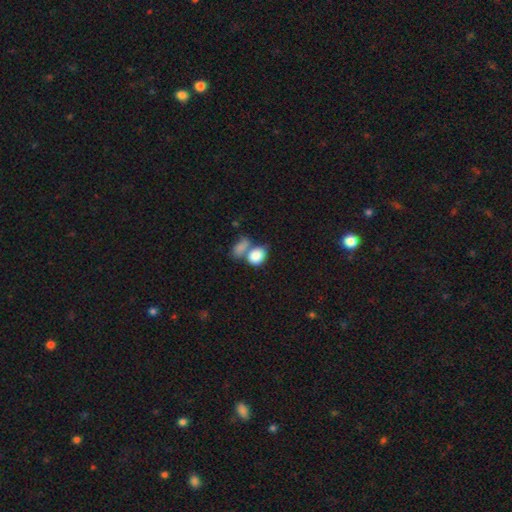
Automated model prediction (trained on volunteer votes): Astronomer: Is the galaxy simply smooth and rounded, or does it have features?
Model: smooth — 84%.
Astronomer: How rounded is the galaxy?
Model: in between — 69%.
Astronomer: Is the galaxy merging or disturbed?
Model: merger — 54% (runner-up: none, 30%).